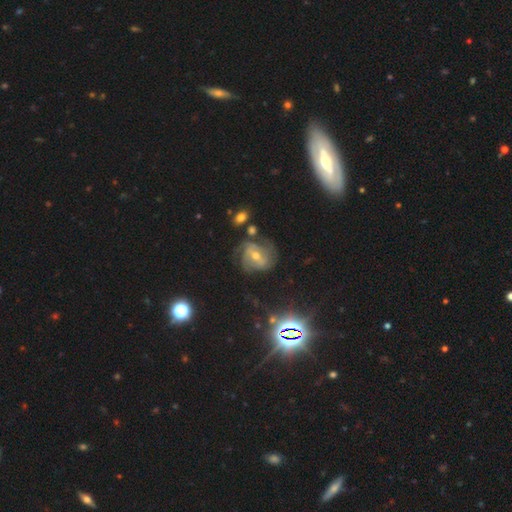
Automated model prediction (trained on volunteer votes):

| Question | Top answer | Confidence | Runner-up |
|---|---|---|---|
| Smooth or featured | featured or disk | 69% | star or artifact (19%) |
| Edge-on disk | no | 96% | yes (4%) |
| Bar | weak | 45% | no (30%) |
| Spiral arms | yes | 91% | no (9%) |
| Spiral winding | tight | 46% | medium (41%) |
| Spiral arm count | can't tell | 31% | 2 (29%) |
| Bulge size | moderate | 55% | small (41%) |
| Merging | none | 65% | minor disturbance (19%) |